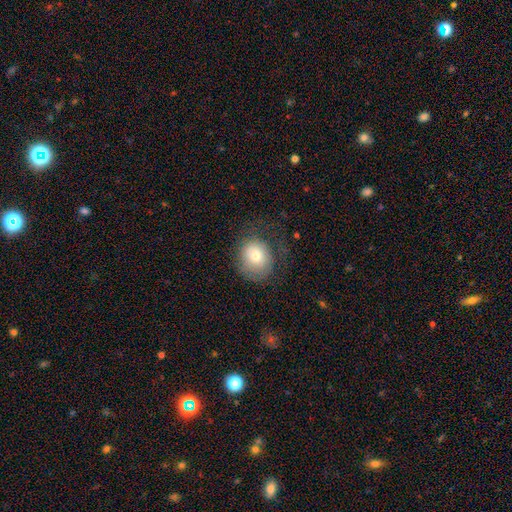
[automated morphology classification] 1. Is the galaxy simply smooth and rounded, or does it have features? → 72% smooth, 19% featured or disk, 10% star or artifact.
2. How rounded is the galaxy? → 71% round, 28% in between, 1% cigar-shaped.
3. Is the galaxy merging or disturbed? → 60% none, 21% minor disturbance, 18% major disturbance, 1% merger.